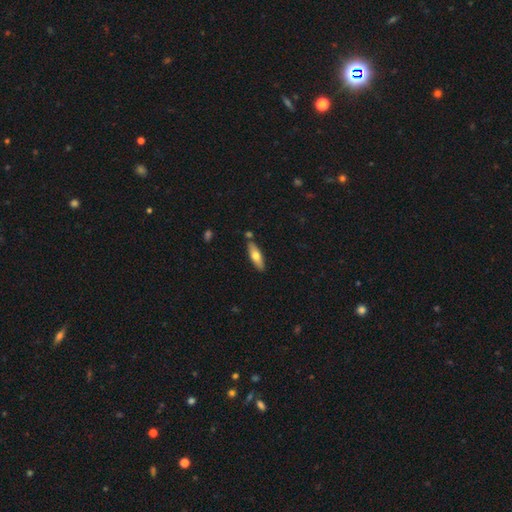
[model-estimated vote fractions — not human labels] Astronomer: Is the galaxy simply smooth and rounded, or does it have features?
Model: smooth — 62%.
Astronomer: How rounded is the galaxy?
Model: cigar-shaped — 51% (runner-up: in between, 47%).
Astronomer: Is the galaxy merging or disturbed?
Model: none — 81%.